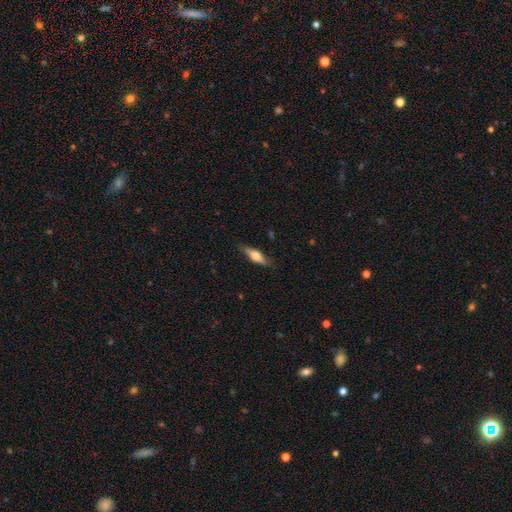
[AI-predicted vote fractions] Smooth or featured? smooth (53%)
How rounded? cigar-shaped (56%)
Merging? none (79%)